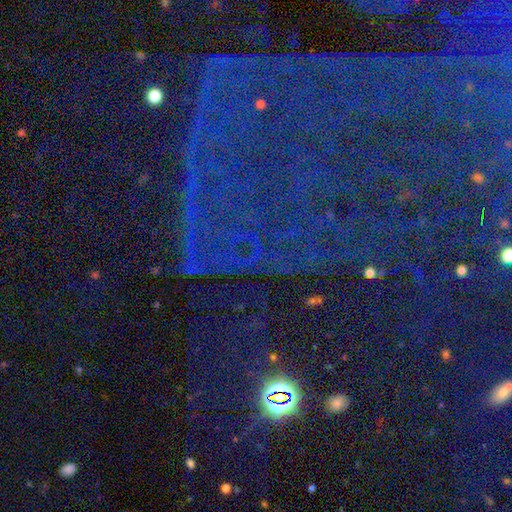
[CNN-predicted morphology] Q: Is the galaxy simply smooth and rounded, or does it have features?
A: star or artifact — 86%.